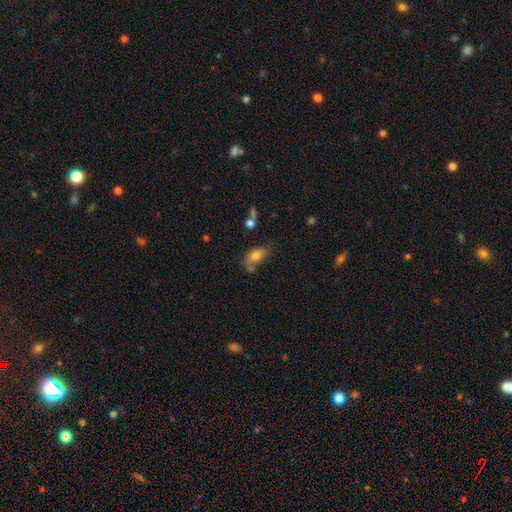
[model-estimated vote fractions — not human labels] Q: Smooth or featured?
A: smooth (72%); runner-up: featured or disk (19%)
Q: How rounded?
A: in between (86%); runner-up: round (7%)
Q: Merging?
A: none (44%); runner-up: minor disturbance (26%)